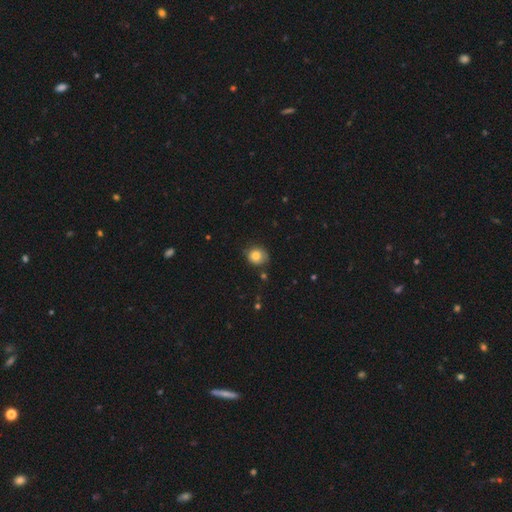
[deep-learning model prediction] smooth-or-featured: smooth: 81% | star or artifact: 10% | featured or disk: 9%
  how-rounded: round: 75% | in between: 24% | cigar-shaped: 1%
  merging: none: 69% | minor disturbance: 23% | major disturbance: 5% | merger: 3%